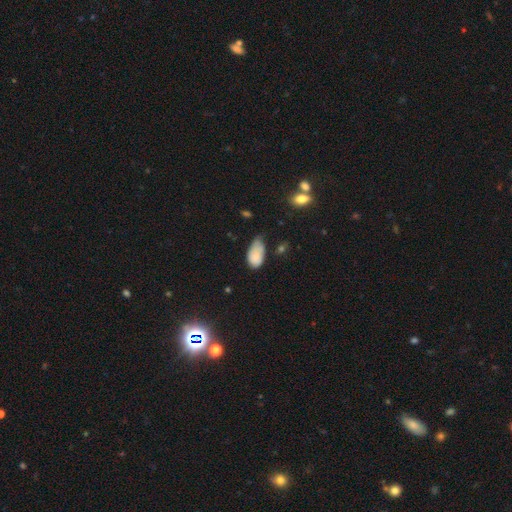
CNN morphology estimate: Smooth or featured? Predicted: smooth (p=0.83). How rounded? Predicted: in between (p=0.93). Merging? Predicted: minor disturbance (p=0.53).